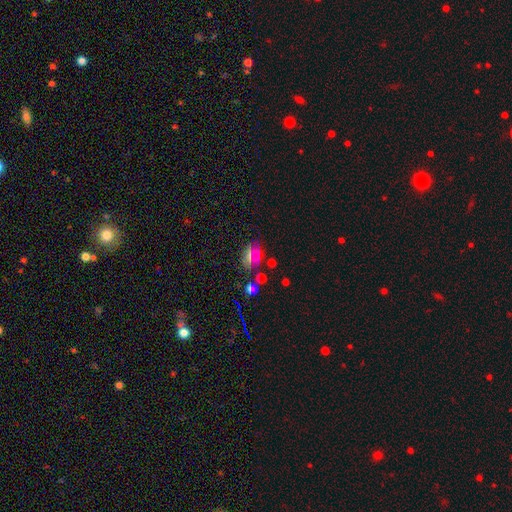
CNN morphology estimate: type=smooth (49%); merging=none (60%).